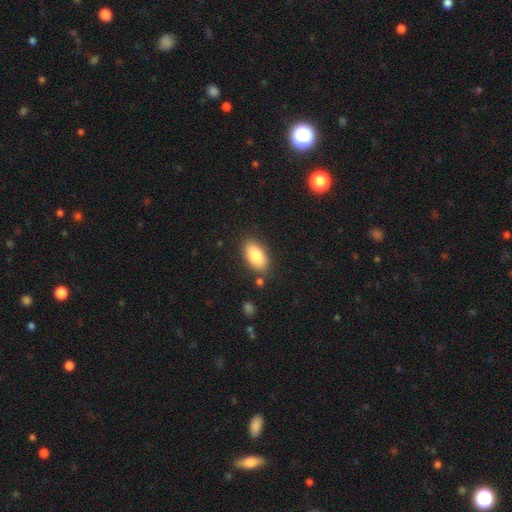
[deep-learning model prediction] Smooth or featured? smooth (82%)
How rounded? in between (92%)
Merging? none (82%)